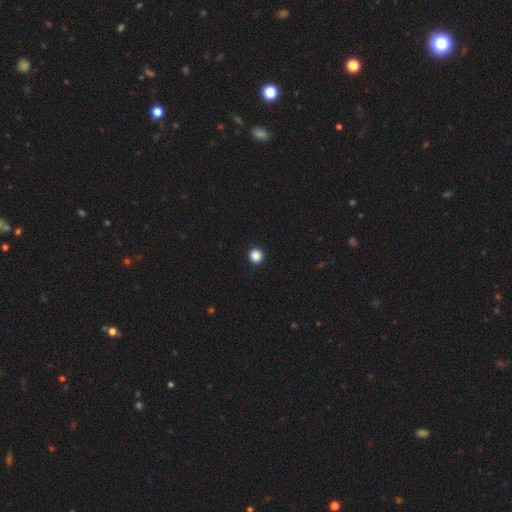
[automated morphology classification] A smooth galaxy with no disk features (87%) that is round (96%).

Vote fractions:
- Smooth or featured? smooth: 87% / star or artifact: 10% / featured or disk: 2%
- How rounded? round: 96% / in between: 3% / cigar-shaped: 1%
- Merging? none: 94% / minor disturbance: 4% / major disturbance: 1% / merger: 1%